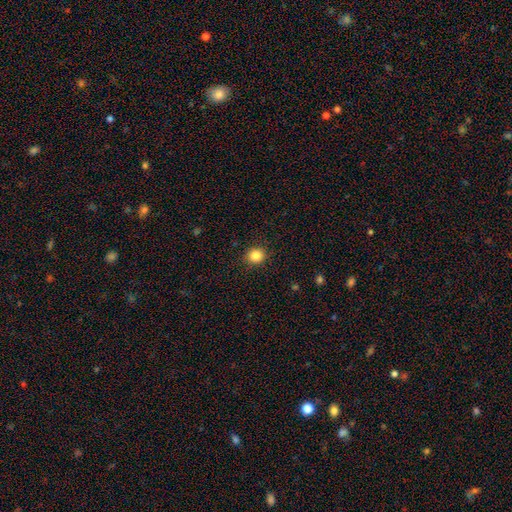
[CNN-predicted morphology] Smooth or featured: smooth — 84% (star or artifact — 11%)
How rounded: round — 85% (in between — 14%)
Merging: none — 91% (minor disturbance — 6%)